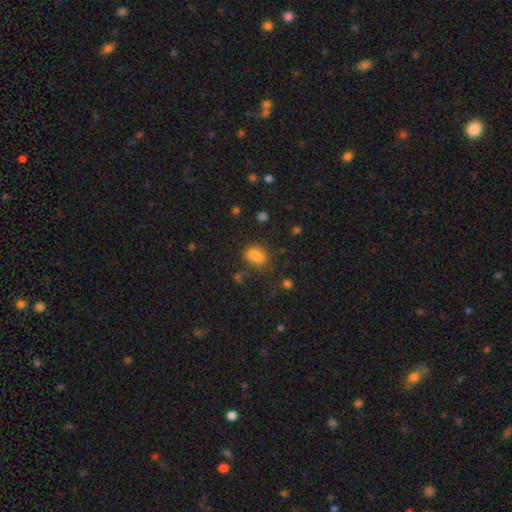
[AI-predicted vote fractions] Morphology: type=smooth (67%); roundness=round (60%); merging=merger (51%).